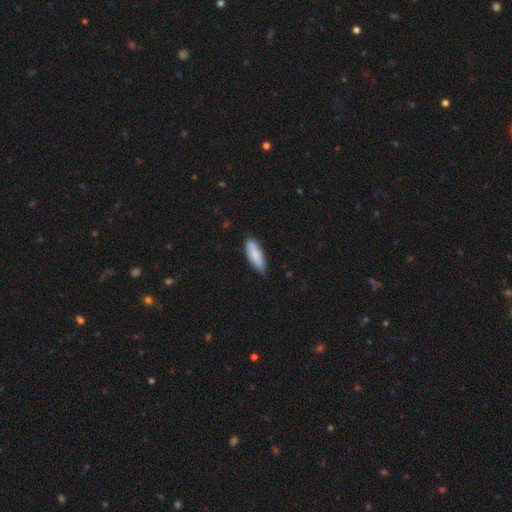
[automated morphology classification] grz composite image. It shows a smooth galaxy with no disk features (84%) that is in between round and cigar-shaped (64%). Merging: none (79%).